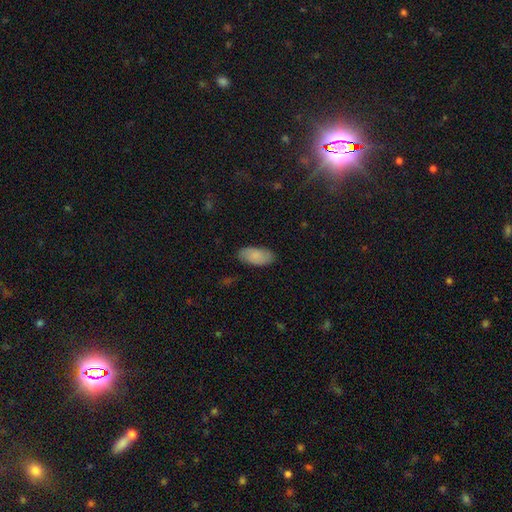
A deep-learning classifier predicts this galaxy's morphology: A smooth galaxy with no disk features (84%) that is in between round and cigar-shaped (94%). Merging: none (85%).